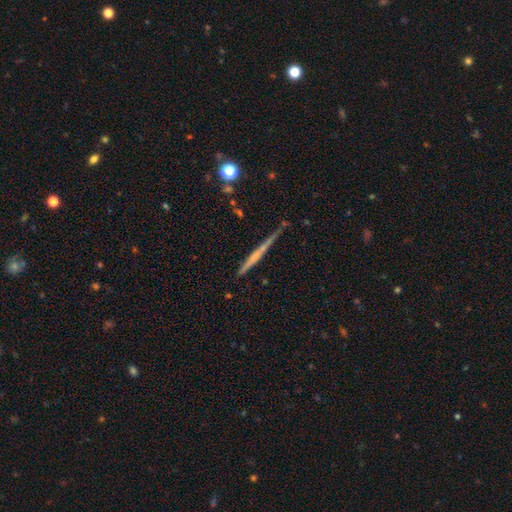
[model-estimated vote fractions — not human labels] This is possibly a featured or disk galaxy (57%). It is clearly viewed edge-on (97%). Edge-on bulge: likely none (78%). Merging: clearly none (81%).